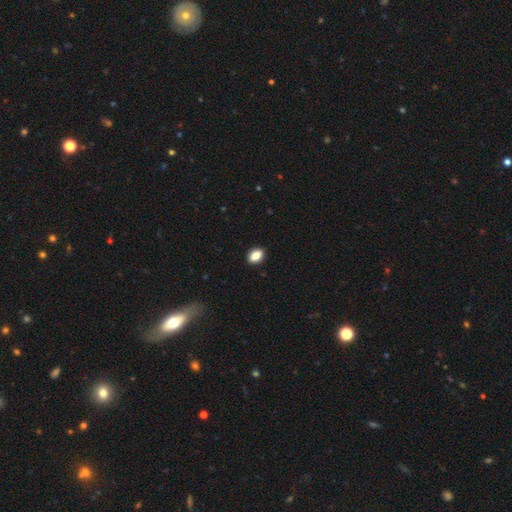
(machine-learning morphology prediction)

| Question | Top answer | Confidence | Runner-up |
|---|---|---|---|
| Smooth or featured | smooth | 86% | star or artifact (8%) |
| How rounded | in between | 81% | round (17%) |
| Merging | none | 90% | minor disturbance (7%) |